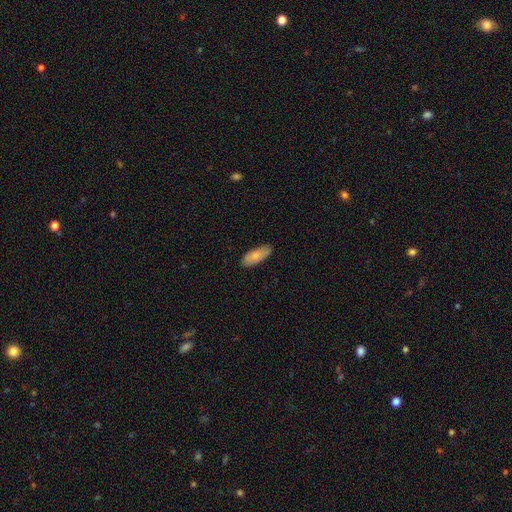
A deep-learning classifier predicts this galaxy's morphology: Smooth or featured? smooth (79%)
How rounded? in between (75%)
Merging? none (85%)